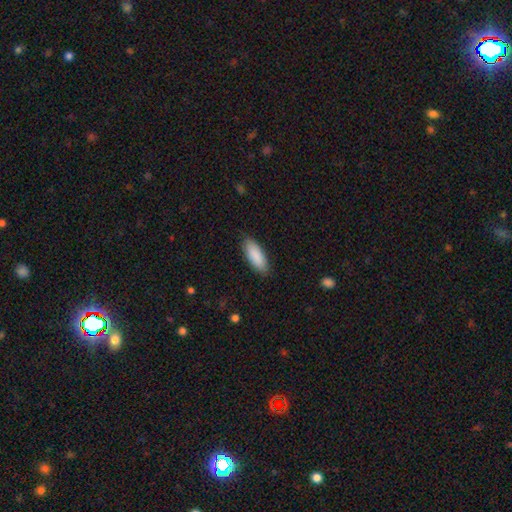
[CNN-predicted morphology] Q: Smooth or featured?
A: smooth (89%); runner-up: featured or disk (5%)
Q: How rounded?
A: in between (76%); runner-up: cigar-shaped (22%)
Q: Merging?
A: none (87%); runner-up: minor disturbance (10%)